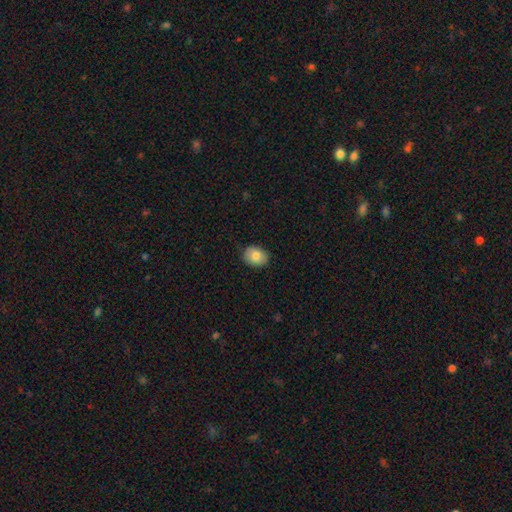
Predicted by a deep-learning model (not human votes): Smooth or featured? Predicted: smooth (p=0.81). How rounded? Predicted: in between (p=0.63). Merging? Predicted: none (p=0.86).